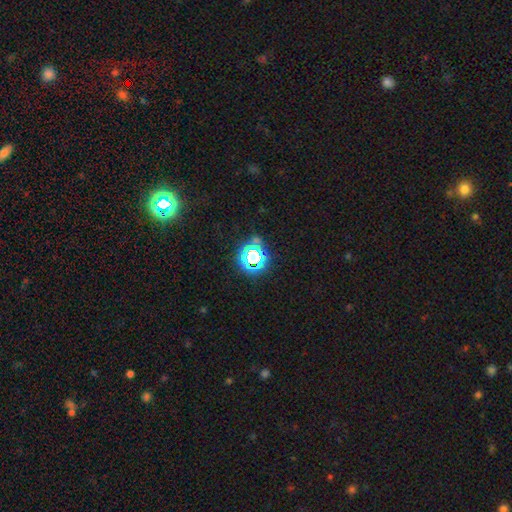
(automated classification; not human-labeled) Smooth or featured: star or artifact — 67% (smooth — 24%)